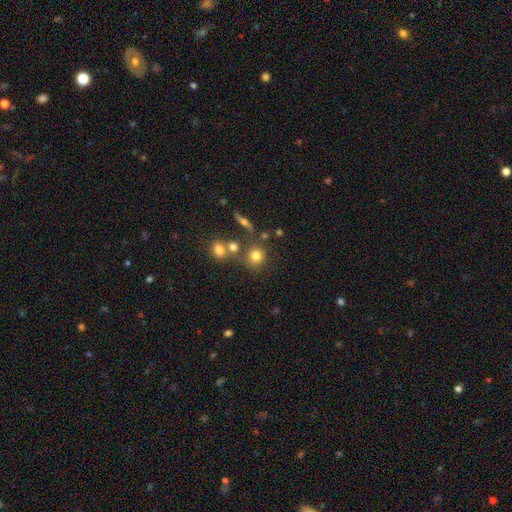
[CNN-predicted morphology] Smooth or featured?
  - smooth: 74% *
  - star or artifact: 14%
  - featured or disk: 12%
How rounded?
  - round: 87% *
  - in between: 12%
  - cigar-shaped: 1%
Merging?
  - none: 67% *
  - merger: 18%
  - minor disturbance: 10%
  - major disturbance: 5%